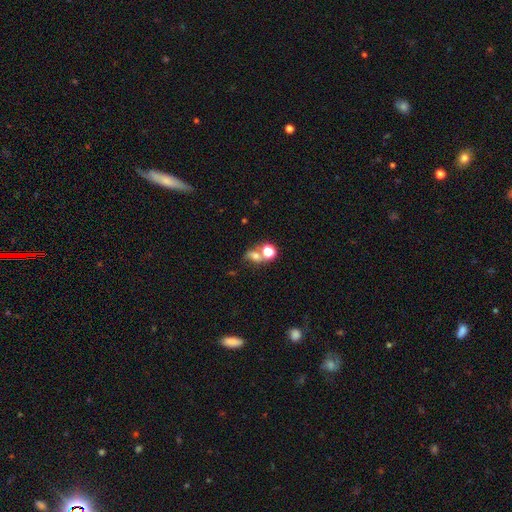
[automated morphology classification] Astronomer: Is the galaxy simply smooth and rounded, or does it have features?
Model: smooth — 54%.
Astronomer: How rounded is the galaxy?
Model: round — 52% (runner-up: in between, 46%).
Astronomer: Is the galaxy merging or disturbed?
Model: none — 39% (runner-up: merger, 38%).